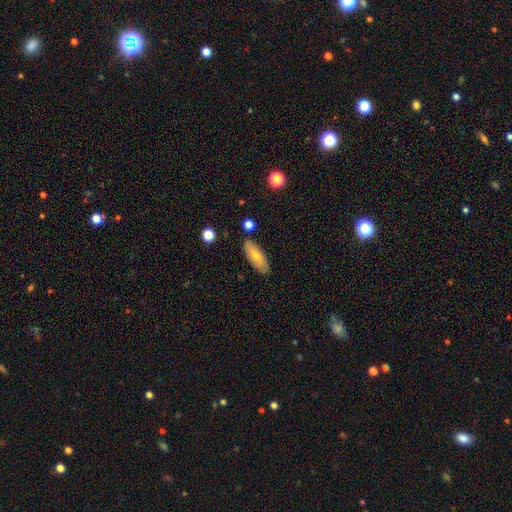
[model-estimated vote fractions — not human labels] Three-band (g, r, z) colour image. It shows a smooth galaxy with no disk features (72%) that is in between round and cigar-shaped (71%). Merging: none (85%).